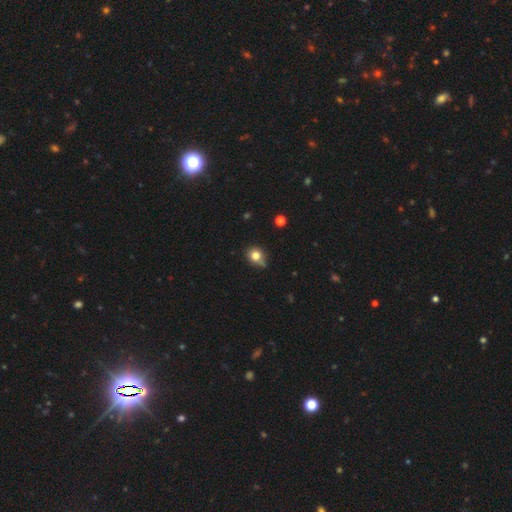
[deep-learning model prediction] The model was most divided on "merging": none: 57%, minor disturbance: 30%, major disturbance: 6%, merger: 6%. More confident: smooth or featured — smooth (77%); how rounded — round (67%).